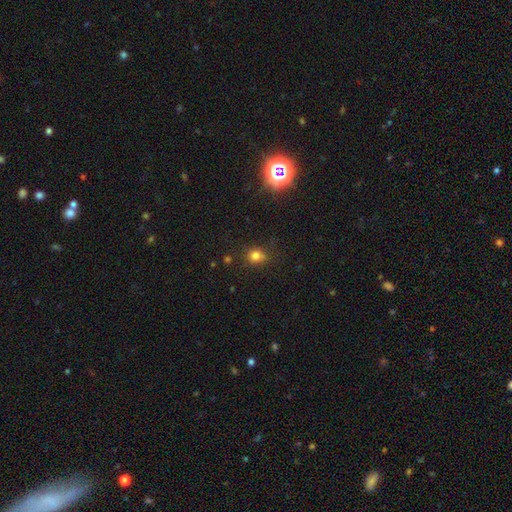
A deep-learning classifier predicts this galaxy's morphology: smooth_or_featured: smooth (p=0.78) [alt: star or artifact p=0.16]
how_rounded: round (p=0.80) [alt: in between p=0.19]
merging: none (p=0.71) [alt: minor disturbance p=0.17]